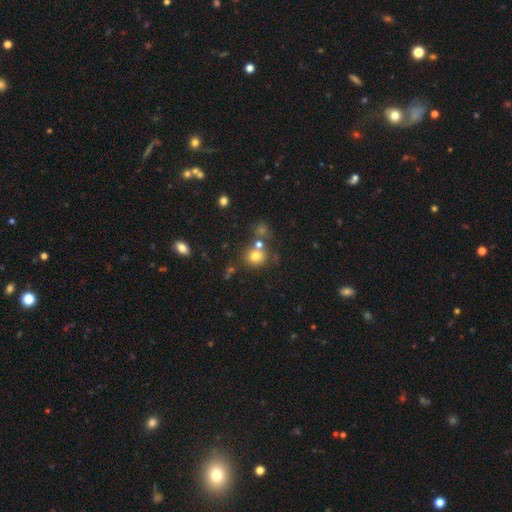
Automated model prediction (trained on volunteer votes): smooth_or_featured: smooth (p=0.74) [alt: star or artifact p=0.14]
how_rounded: round (p=0.79) [alt: in between p=0.20]
merging: none (p=0.57) [alt: merger p=0.26]